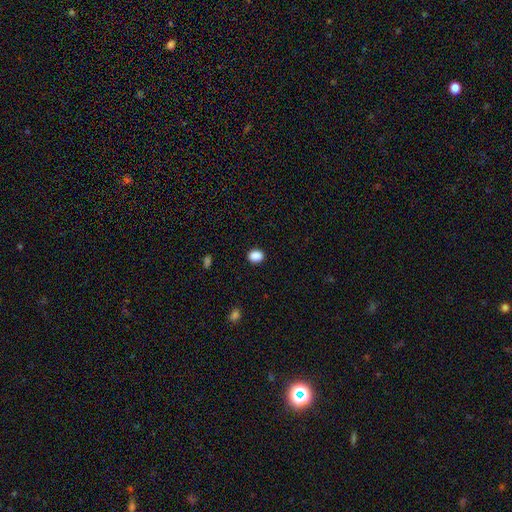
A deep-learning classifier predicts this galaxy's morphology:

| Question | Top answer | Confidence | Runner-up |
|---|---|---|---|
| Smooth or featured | smooth | 89% | star or artifact (9%) |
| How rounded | round | 50% | in between (49%) |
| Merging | none | 89% | minor disturbance (7%) |